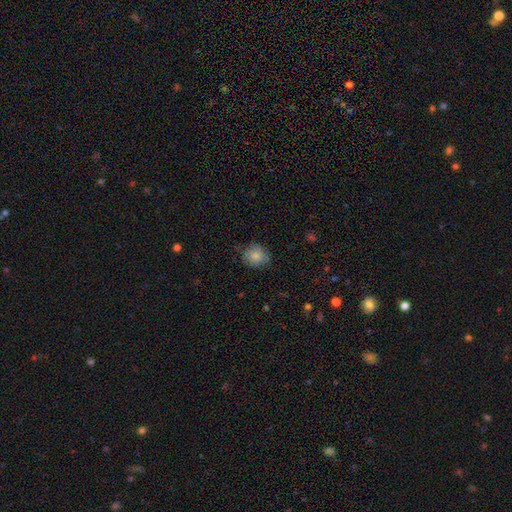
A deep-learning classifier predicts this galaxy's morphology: smooth_or_featured: smooth (p=0.80) [alt: featured or disk p=0.12]
how_rounded: round (p=0.76) [alt: in between p=0.23]
merging: none (p=0.74) [alt: minor disturbance p=0.21]